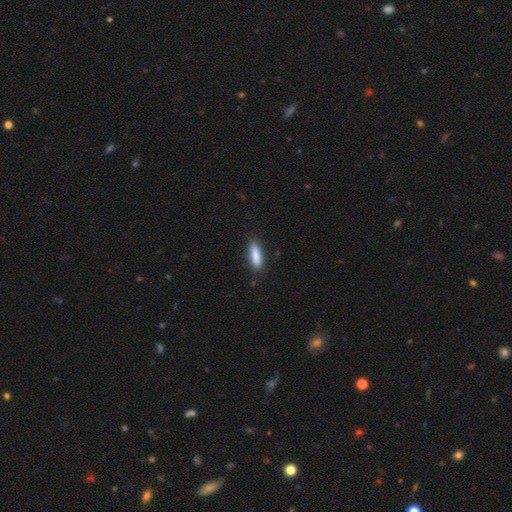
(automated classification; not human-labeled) Morphology: type=smooth (86%); roundness=cigar-shaped (52%); merging=none (86%).